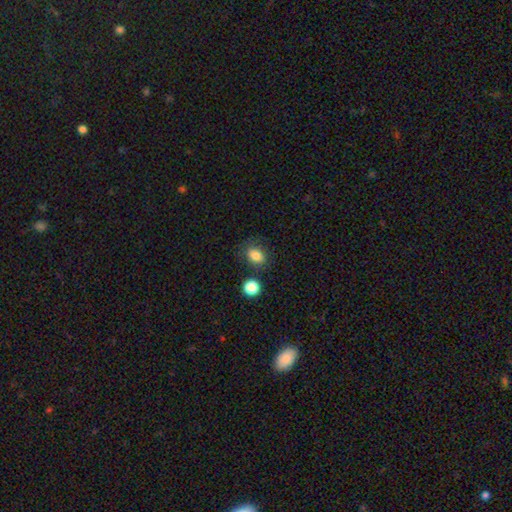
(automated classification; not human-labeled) A smooth galaxy with no disk features (83%) that is in between round and cigar-shaped (63%). Merging: none (73%).